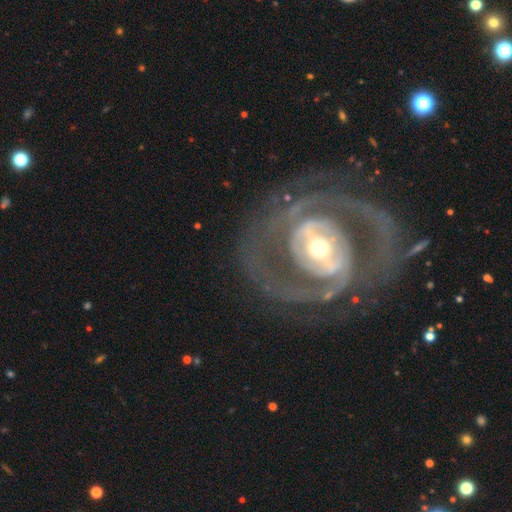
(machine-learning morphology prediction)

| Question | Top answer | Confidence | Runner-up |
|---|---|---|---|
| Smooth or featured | featured or disk | 88% | smooth (7%) |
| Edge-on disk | no | 96% | yes (4%) |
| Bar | strong | 34% | no (33%) |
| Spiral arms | yes | 87% | no (13%) |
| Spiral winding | tight | 55% | medium (35%) |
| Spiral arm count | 2 | 61% | can't tell (16%) |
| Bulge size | moderate | 51% | small (35%) |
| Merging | none | 74% | minor disturbance (12%) |